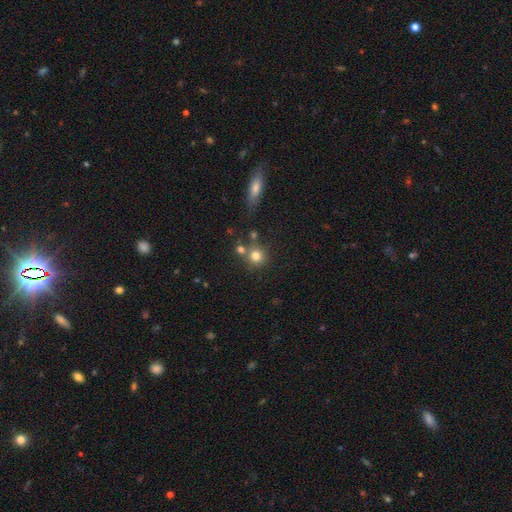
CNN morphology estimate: Overall: smooth (78%). How rounded: round (88%). Merging: none (62%; merger 23%).